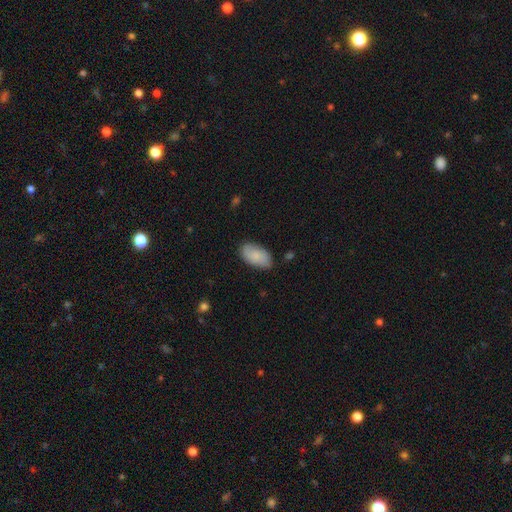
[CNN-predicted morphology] type=smooth (81%); roundness=in between (95%); merging=none (79%).